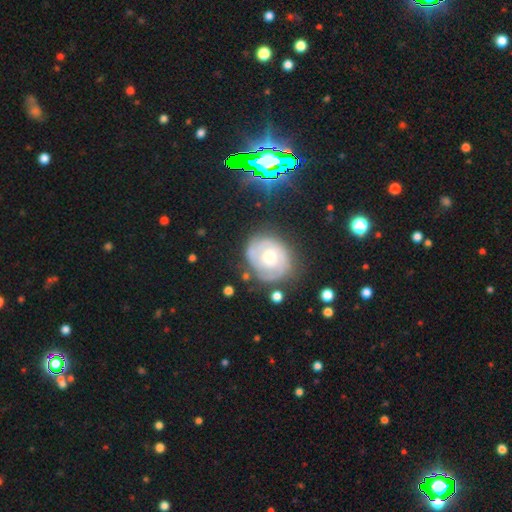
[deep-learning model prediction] This appears to be a featured or disk galaxy (71%) with no bar (78%), tight (66%) spiral arms (78%) and a moderate central bulge (70%). Merging: none (68%).